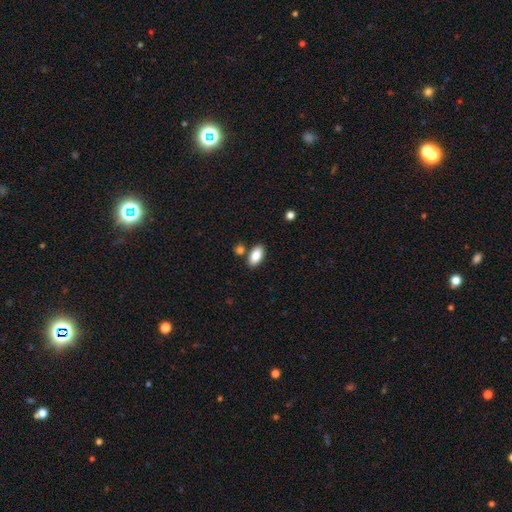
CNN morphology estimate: A smooth galaxy with no disk features (86%) that is in between round and cigar-shaped (92%). Merging: none (78%).